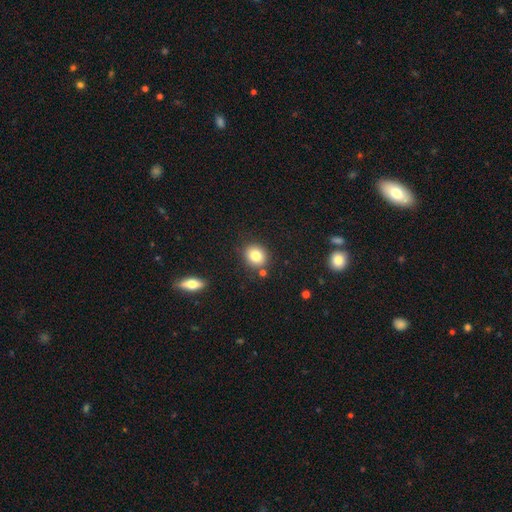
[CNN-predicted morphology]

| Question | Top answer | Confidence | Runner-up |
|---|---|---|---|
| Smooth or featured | smooth | 81% | star or artifact (10%) |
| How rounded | round | 66% | in between (33%) |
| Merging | none | 83% | minor disturbance (9%) |